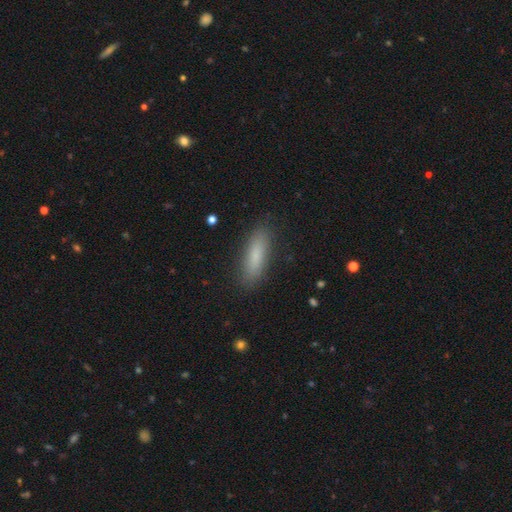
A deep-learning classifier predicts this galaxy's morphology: The model was most divided on "how rounded": cigar-shaped: 57%, in between: 42%, round: 2%. More confident: merging — none (87%); smooth or featured — smooth (81%).